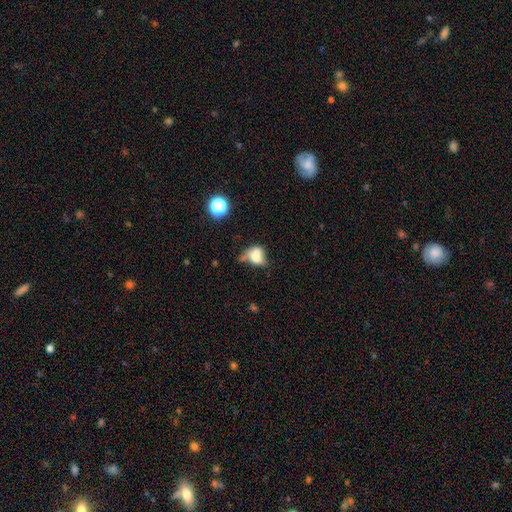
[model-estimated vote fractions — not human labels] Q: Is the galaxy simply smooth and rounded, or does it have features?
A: smooth — 66%.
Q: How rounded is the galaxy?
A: in between — 61%.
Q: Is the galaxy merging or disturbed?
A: minor disturbance — 32%.